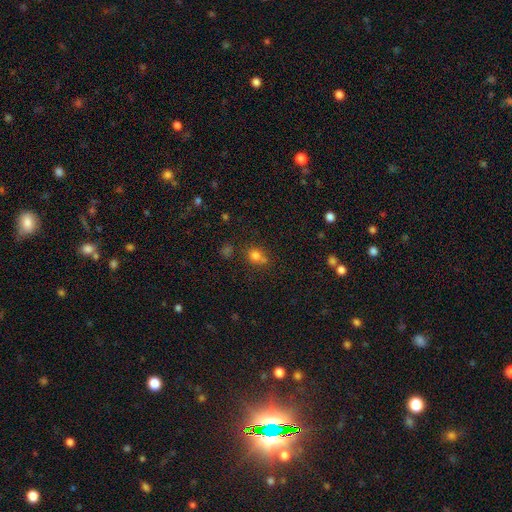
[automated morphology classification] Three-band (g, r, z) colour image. It shows a smooth galaxy with no disk features (76%) that is round (72%). Merging: none (53%).